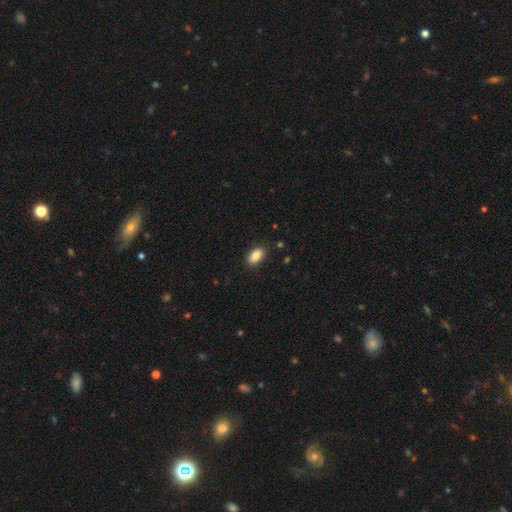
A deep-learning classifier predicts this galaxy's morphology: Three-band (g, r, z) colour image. It shows a smooth galaxy with no disk features (87%) that is in between round and cigar-shaped (92%). Merging: none (87%).